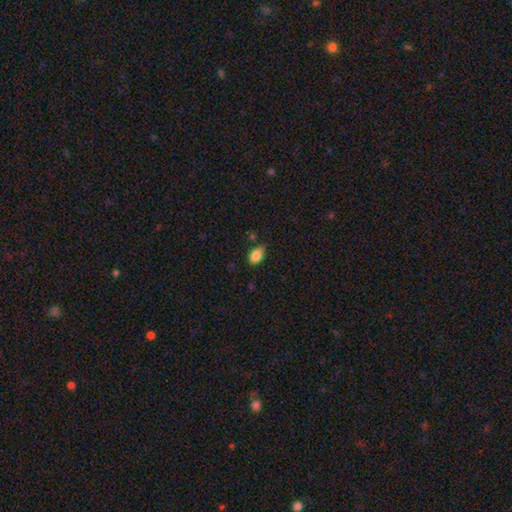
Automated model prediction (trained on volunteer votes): Morphology: type=smooth (85%); roundness=in between (88%); merging=none (66%).